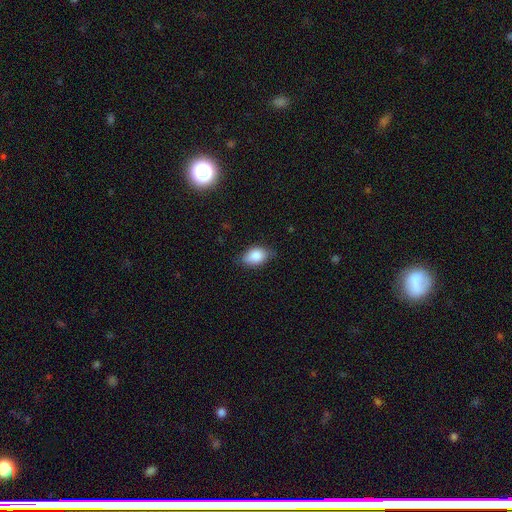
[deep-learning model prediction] Overall: smooth (85%). How rounded: in between (86%). Merging: none (73%).